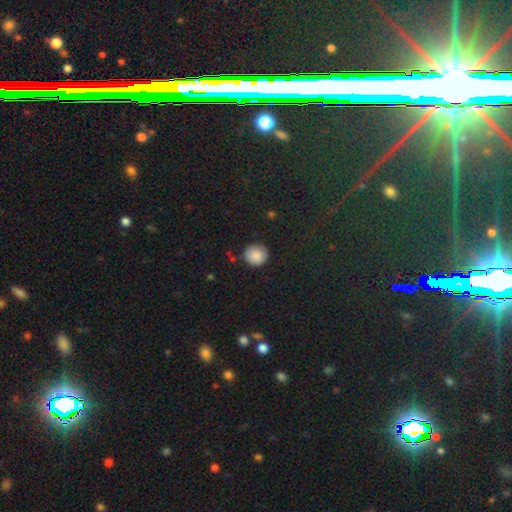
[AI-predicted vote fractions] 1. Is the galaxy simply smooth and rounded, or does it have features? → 87% smooth, 9% star or artifact, 4% featured or disk.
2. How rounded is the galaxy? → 94% round, 5% in between, 1% cigar-shaped.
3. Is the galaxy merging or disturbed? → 83% none, 12% minor disturbance, 3% major disturbance, 2% merger.